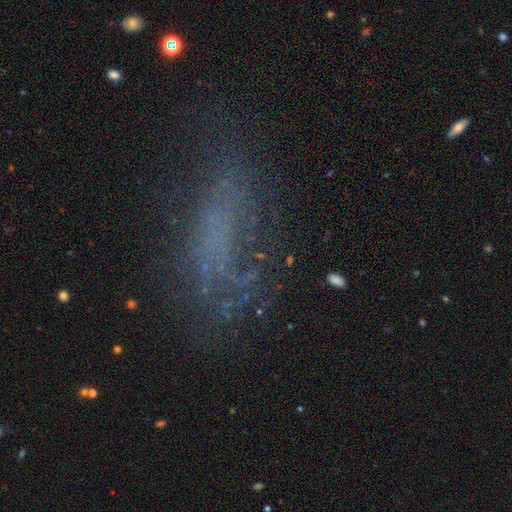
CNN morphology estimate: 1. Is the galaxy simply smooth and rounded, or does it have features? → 41% featured or disk, 35% smooth, 24% star or artifact.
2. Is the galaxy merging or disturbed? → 47% none, 29% major disturbance, 20% minor disturbance, 4% merger.